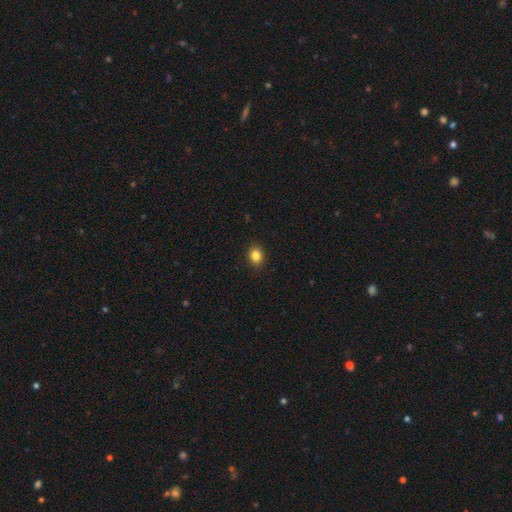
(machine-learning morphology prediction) Smooth or featured? smooth (84%)
How rounded? round (64%)
Merging? none (91%)